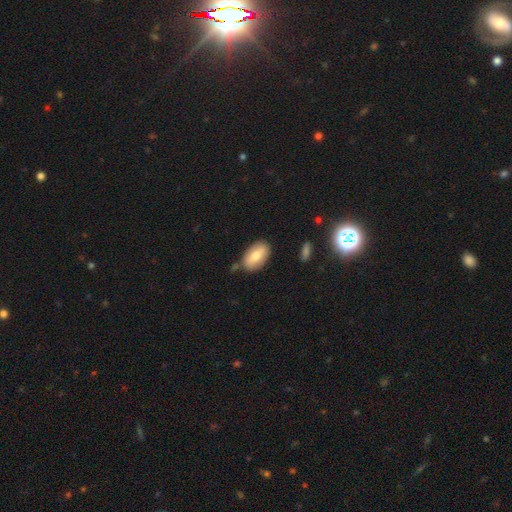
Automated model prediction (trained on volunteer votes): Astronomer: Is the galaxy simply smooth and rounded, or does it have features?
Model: smooth — 72%.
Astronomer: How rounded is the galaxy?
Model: in between — 93%.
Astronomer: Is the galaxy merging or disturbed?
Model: none — 73%.